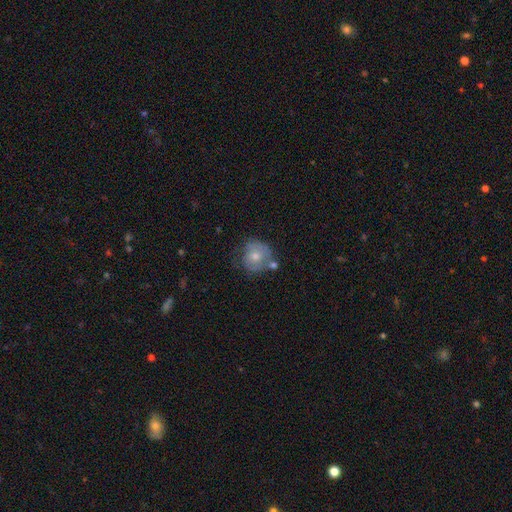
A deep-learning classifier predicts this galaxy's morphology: This is possibly a smooth galaxy (59%). How rounded: clearly round (84%). Merging: possibly none (49%).